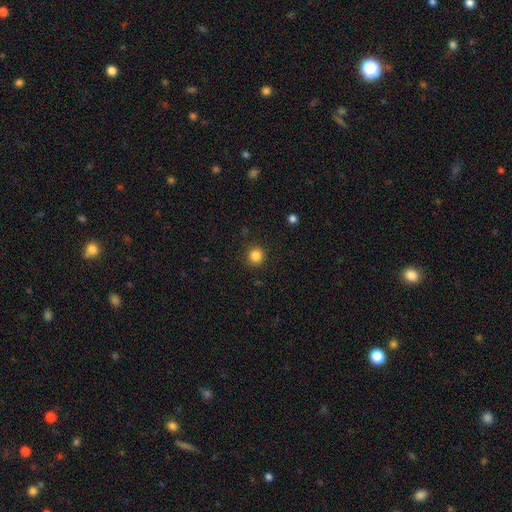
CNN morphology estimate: Smooth or featured? smooth (84%)
How rounded? round (94%)
Merging? none (91%)